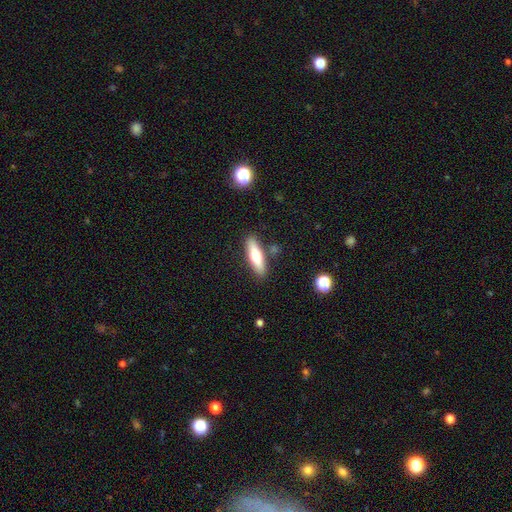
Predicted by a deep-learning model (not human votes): This appears to be a smooth galaxy with no disk features (60%) that is cigar-shaped (67%). Merging: none (83%).